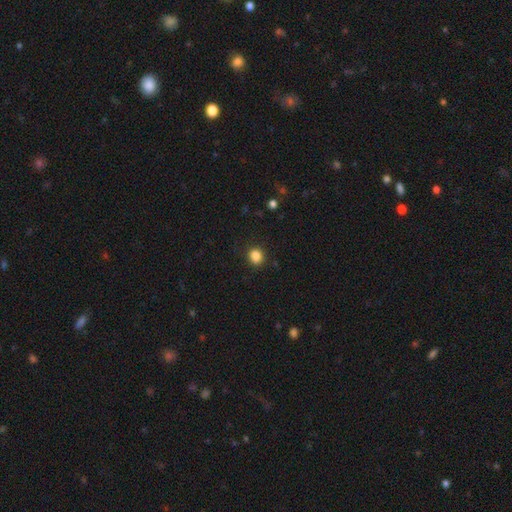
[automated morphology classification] smooth-or-featured: smooth: 85% | star or artifact: 11% | featured or disk: 4%
  how-rounded: round: 78% | in between: 21% | cigar-shaped: 1%
  merging: none: 89% | minor disturbance: 7% | major disturbance: 2% | merger: 1%